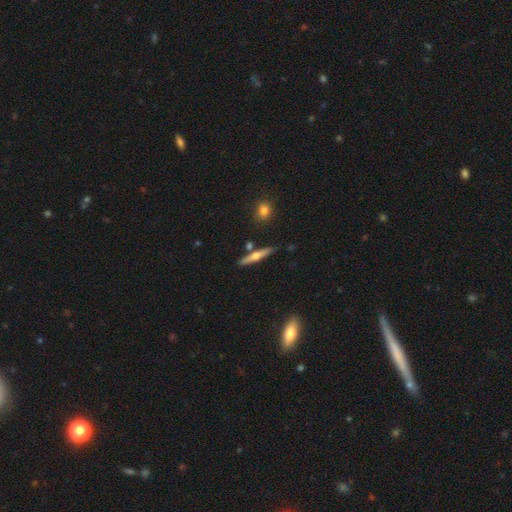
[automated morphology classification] A featured or disk galaxy (55%) viewed edge-on (96%) with a rounded central bulge (88%).

Vote fractions:
- Smooth or featured? featured or disk: 55% / smooth: 38% / star or artifact: 6%
- Edge-on disk? yes: 96% / no: 4%
- Edge-on bulge? rounded: 88% / none: 8% / boxy: 4%
- Merging? none: 83% / minor disturbance: 9% / merger: 6% / major disturbance: 2%